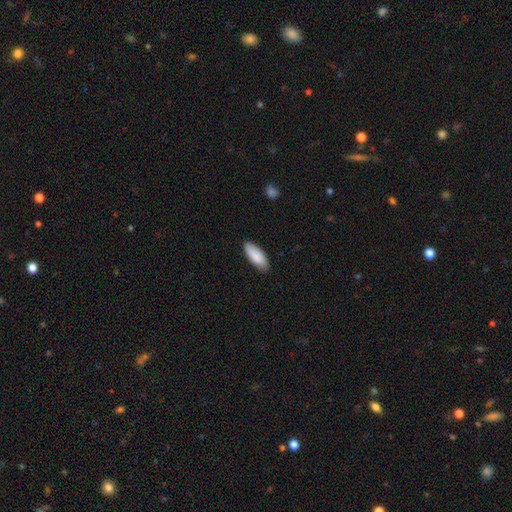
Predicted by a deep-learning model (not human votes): Smooth or featured: smooth — 88% (featured or disk — 7%)
How rounded: in between — 74% (cigar-shaped — 25%)
Merging: none — 84% (minor disturbance — 13%)